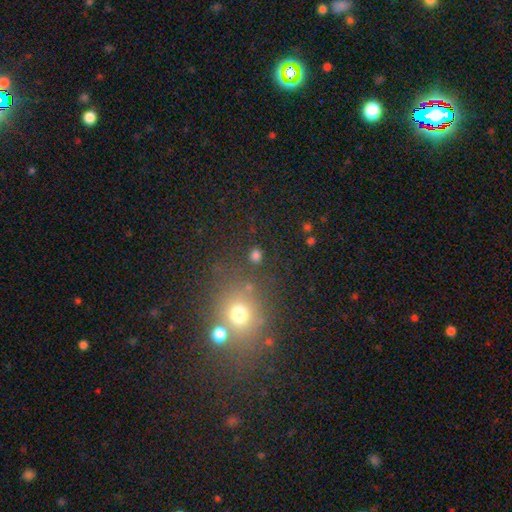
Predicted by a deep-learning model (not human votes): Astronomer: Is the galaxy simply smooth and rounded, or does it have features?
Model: smooth — 77%.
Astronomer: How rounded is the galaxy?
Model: round — 77%.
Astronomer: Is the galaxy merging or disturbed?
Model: none — 83%.